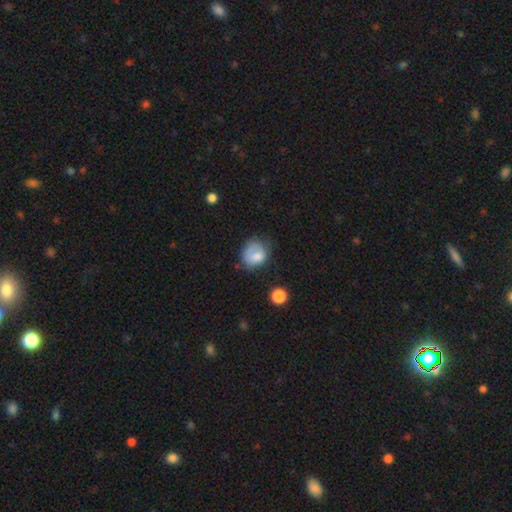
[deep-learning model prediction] smooth_or_featured: smooth (p=0.71) [alt: featured or disk p=0.20]
how_rounded: round (p=0.61) [alt: in between p=0.38]
merging: none (p=0.45) [alt: minor disturbance p=0.30]